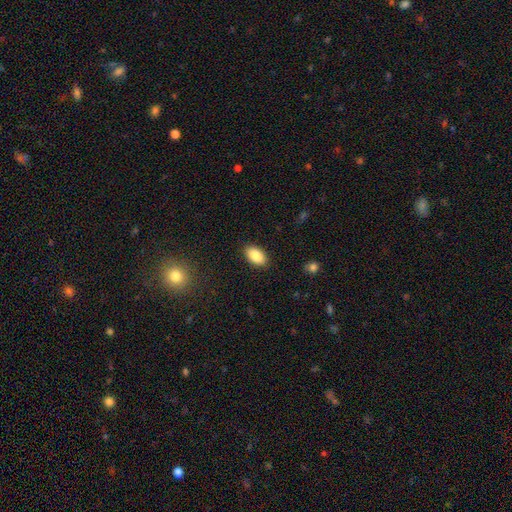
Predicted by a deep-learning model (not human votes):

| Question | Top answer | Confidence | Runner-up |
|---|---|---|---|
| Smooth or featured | smooth | 87% | star or artifact (7%) |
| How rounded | in between | 94% | round (5%) |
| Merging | none | 88% | minor disturbance (8%) |